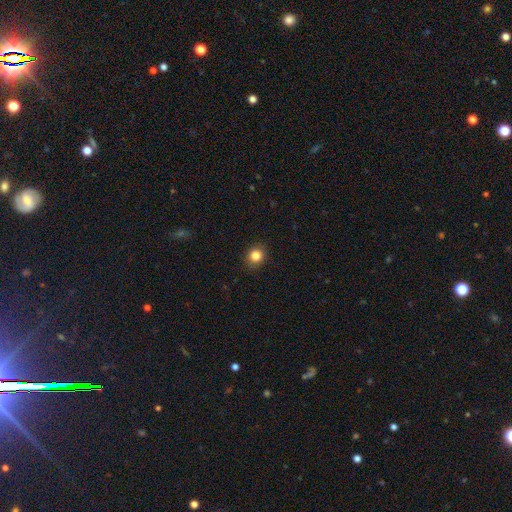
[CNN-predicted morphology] Smooth or featured: smooth — 84% (star or artifact — 11%)
How rounded: round — 83% (in between — 16%)
Merging: none — 90% (minor disturbance — 7%)